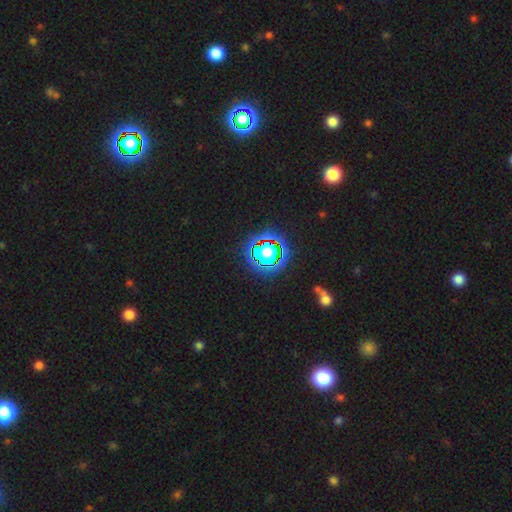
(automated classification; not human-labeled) This appears to be a star or artifact, not a galaxy (81%).